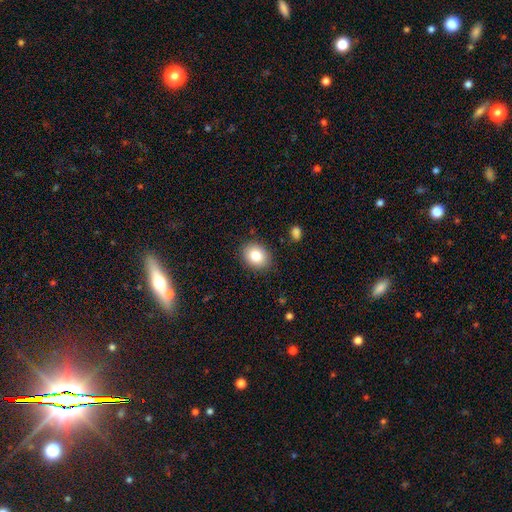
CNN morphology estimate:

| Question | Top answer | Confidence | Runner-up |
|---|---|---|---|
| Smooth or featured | smooth | 85% | star or artifact (8%) |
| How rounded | in between | 57% | round (42%) |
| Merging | none | 86% | minor disturbance (10%) |